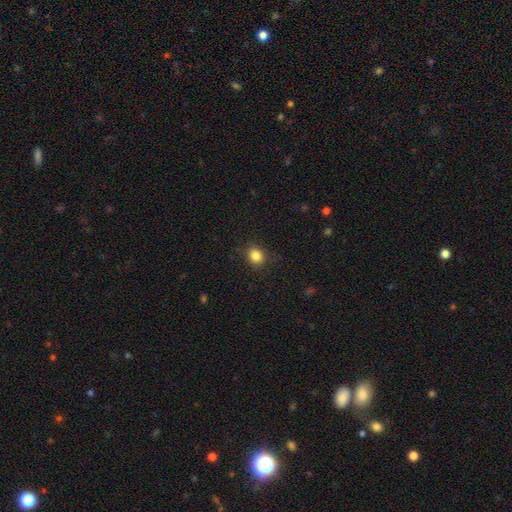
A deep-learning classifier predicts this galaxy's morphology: Smooth or featured?
  - smooth: 85% *
  - star or artifact: 11%
  - featured or disk: 5%
How rounded?
  - round: 70% *
  - in between: 29%
  - cigar-shaped: 1%
Merging?
  - none: 86% *
  - minor disturbance: 10%
  - major disturbance: 3%
  - merger: 1%